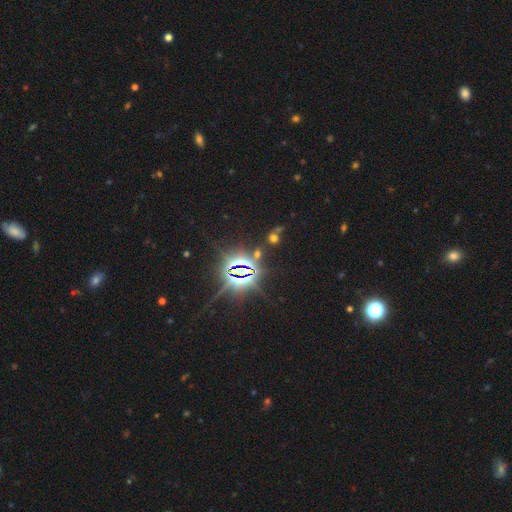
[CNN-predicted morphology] smooth-or-featured: star or artifact: 83% | featured or disk: 9% | smooth: 8%